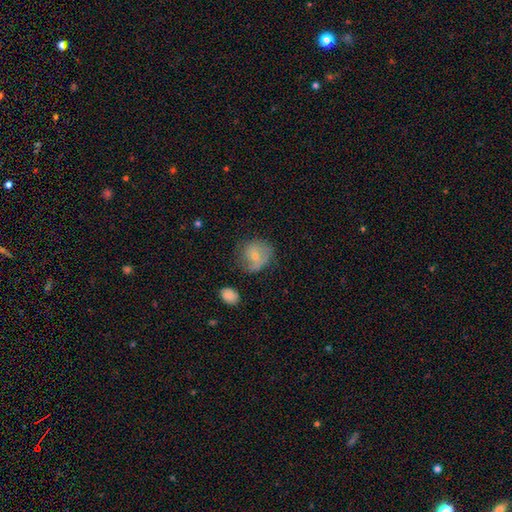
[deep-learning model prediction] This appears to be a smooth galaxy with no disk features (57%) that is round (75%). Merging: none (59%).